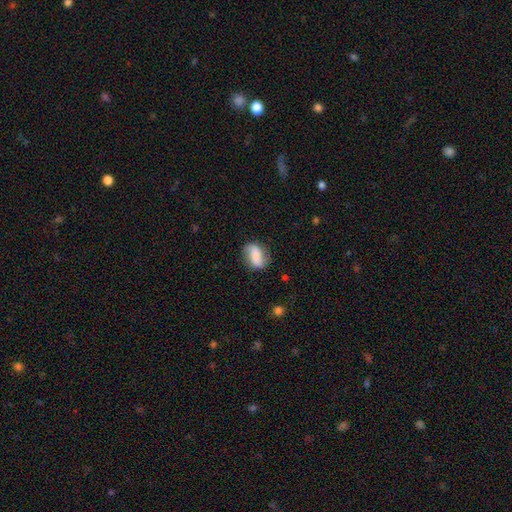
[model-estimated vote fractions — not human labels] smooth 52%, featured or disk 39%, star or artifact 9%. Down the decision tree: how rounded — in between (75%); merging — none (74%).